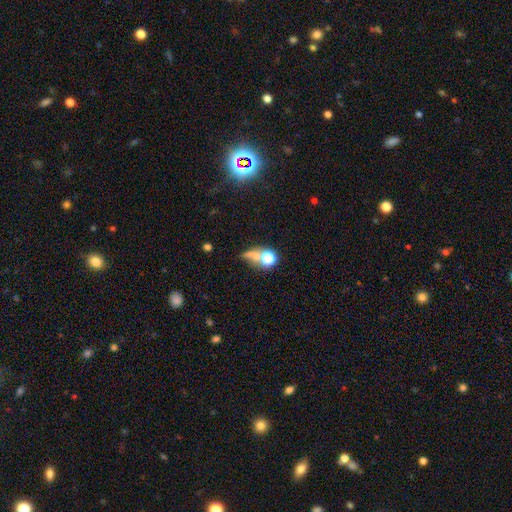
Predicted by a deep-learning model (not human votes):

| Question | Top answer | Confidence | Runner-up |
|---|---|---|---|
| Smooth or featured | smooth | 50% | star or artifact (32%) |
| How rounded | round | 52% | in between (37%) |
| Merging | none | 38% | merger (33%) |